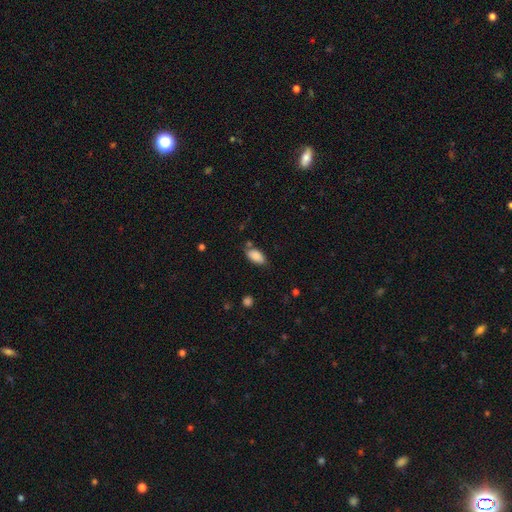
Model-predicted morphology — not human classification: smooth-or-featured: smooth: 87% | star or artifact: 7% | featured or disk: 6%
  how-rounded: in between: 93% | cigar-shaped: 4% | round: 3%
  merging: none: 72% | minor disturbance: 18% | merger: 6% | major disturbance: 4%